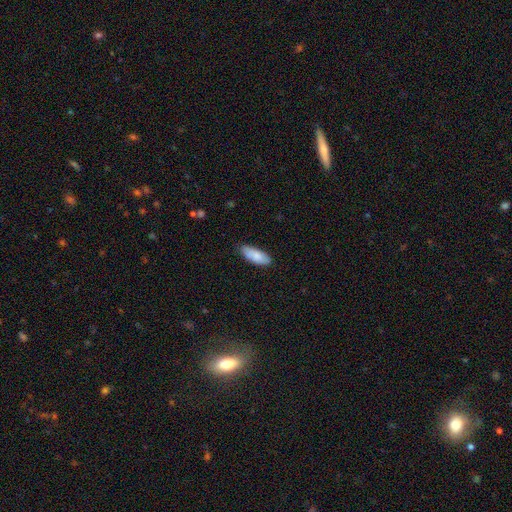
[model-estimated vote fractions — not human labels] Smooth or featured? smooth (85%)
How rounded? in between (78%)
Merging? none (80%)